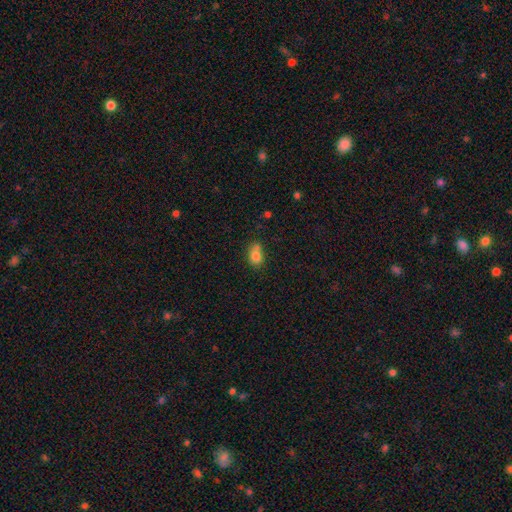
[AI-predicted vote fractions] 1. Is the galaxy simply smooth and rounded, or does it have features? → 80% smooth, 10% star or artifact, 10% featured or disk.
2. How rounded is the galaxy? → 61% in between, 38% round, 2% cigar-shaped.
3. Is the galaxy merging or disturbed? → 46% none, 27% merger, 21% minor disturbance, 7% major disturbance.